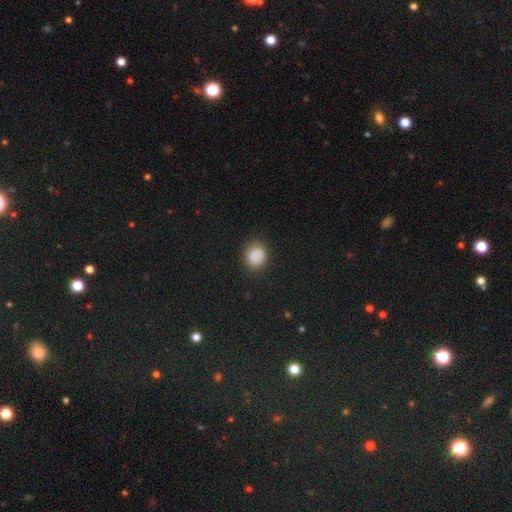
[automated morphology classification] Smooth or featured: smooth — 87% (star or artifact — 9%)
How rounded: round — 64% (in between — 35%)
Merging: none — 82% (minor disturbance — 13%)